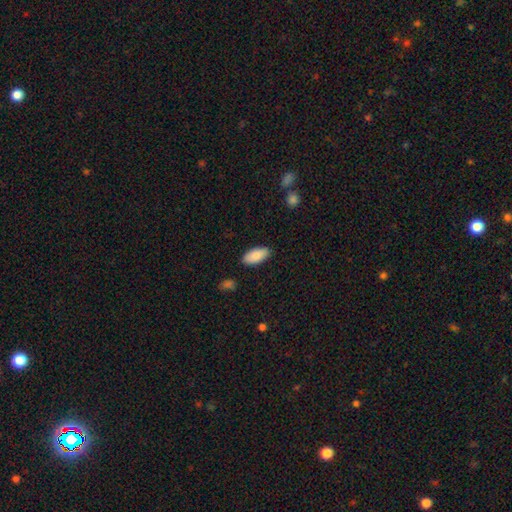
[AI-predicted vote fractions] Smooth or featured?
  - smooth: 86% *
  - featured or disk: 8%
  - star or artifact: 6%
How rounded?
  - in between: 92% *
  - cigar-shaped: 6%
  - round: 2%
Merging?
  - none: 87% *
  - minor disturbance: 9%
  - major disturbance: 2%
  - merger: 1%